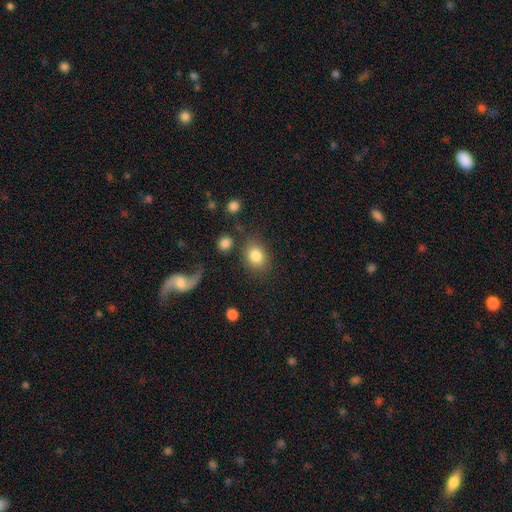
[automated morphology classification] Overall: smooth (83%). How rounded: round (50%; in between 49%). Merging: none (77%).